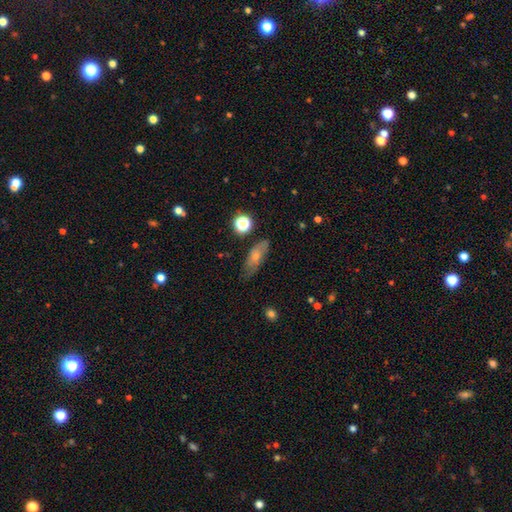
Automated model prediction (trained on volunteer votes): This is possibly a smooth galaxy (58%). How rounded: likely in between (73%). Merging: likely none (66%).